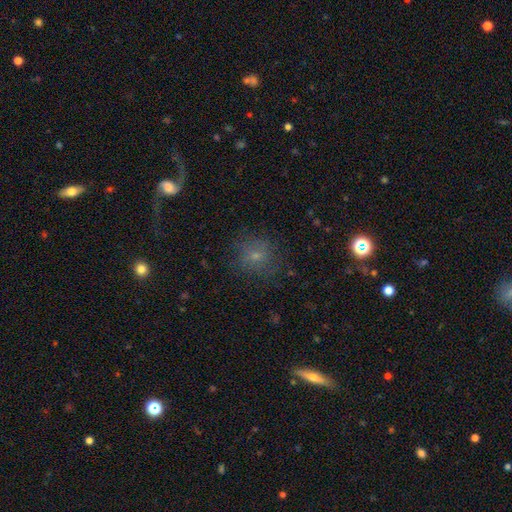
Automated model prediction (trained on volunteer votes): smooth_or_featured: smooth (p=0.56) [alt: featured or disk p=0.23]
how_rounded: round (p=0.81) [alt: in between p=0.18]
merging: none (p=0.74) [alt: minor disturbance p=0.14]